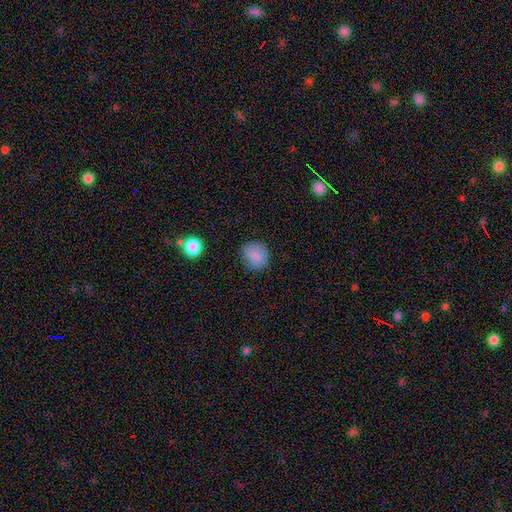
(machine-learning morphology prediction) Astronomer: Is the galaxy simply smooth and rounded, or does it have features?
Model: smooth — 85%.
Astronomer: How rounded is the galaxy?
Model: round — 79%.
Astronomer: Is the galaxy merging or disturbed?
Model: none — 80%.